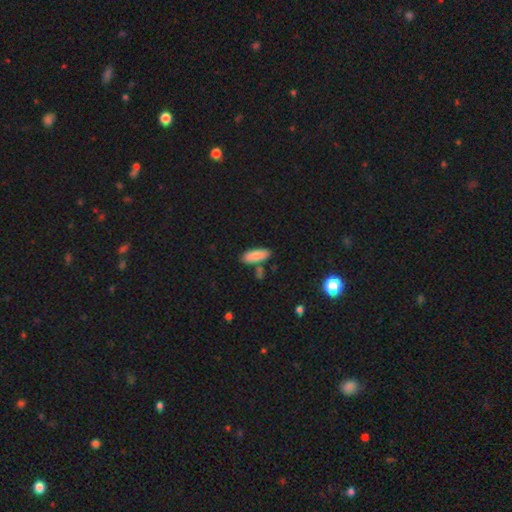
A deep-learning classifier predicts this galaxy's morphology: The model was most divided on "how rounded": in between: 72%, cigar-shaped: 26%, round: 2%. More confident: smooth or featured — smooth (87%); merging — none (78%).